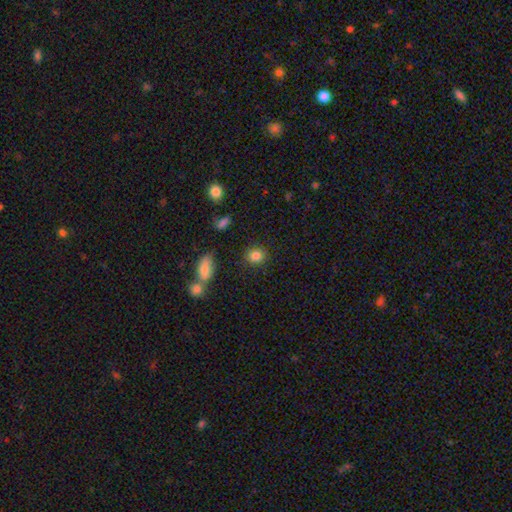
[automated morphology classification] smooth-or-featured: smooth: 84% | star or artifact: 10% | featured or disk: 6%
  how-rounded: round: 77% | in between: 22% | cigar-shaped: 1%
  merging: none: 85% | minor disturbance: 8% | merger: 4% | major disturbance: 3%